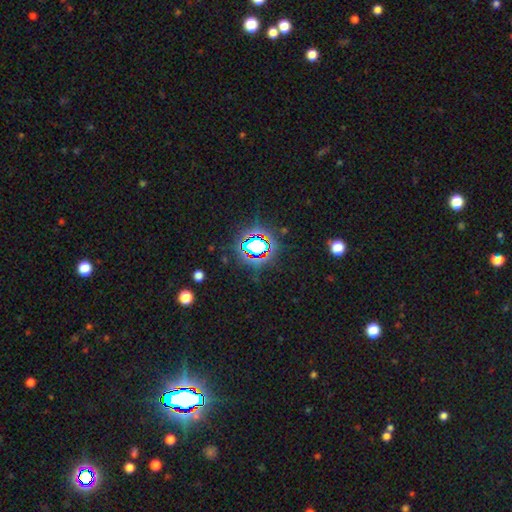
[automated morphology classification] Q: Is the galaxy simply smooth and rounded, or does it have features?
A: star or artifact — 71%.